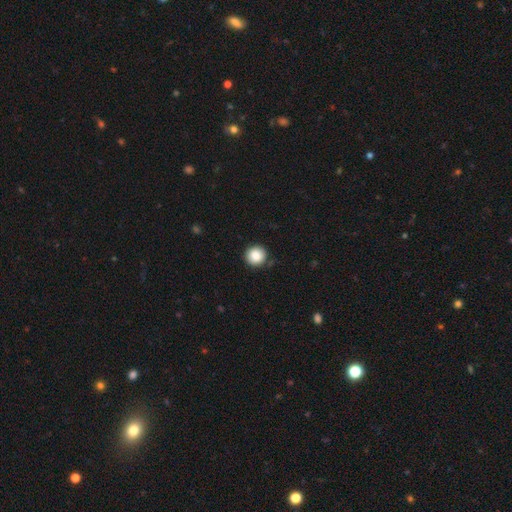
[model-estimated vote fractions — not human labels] smooth 84%, star or artifact 9%, featured or disk 6%. Down the decision tree: how rounded — round (95%); merging — none (89%).